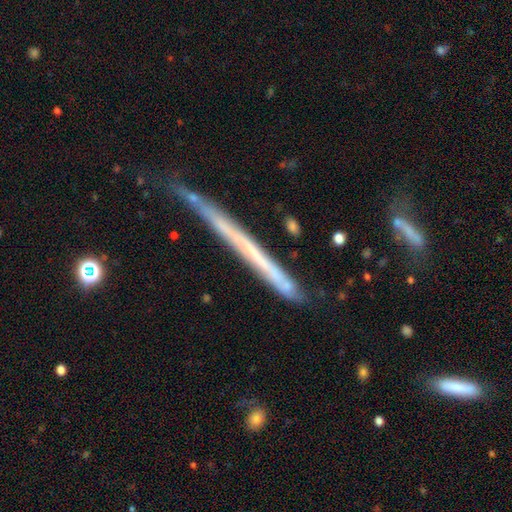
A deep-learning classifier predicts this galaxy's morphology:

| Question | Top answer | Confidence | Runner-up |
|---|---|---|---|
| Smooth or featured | featured or disk | 60% | smooth (33%) |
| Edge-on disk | yes | 95% | no (5%) |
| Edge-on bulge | none | 91% | rounded (6%) |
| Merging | none | 65% | minor disturbance (26%) |